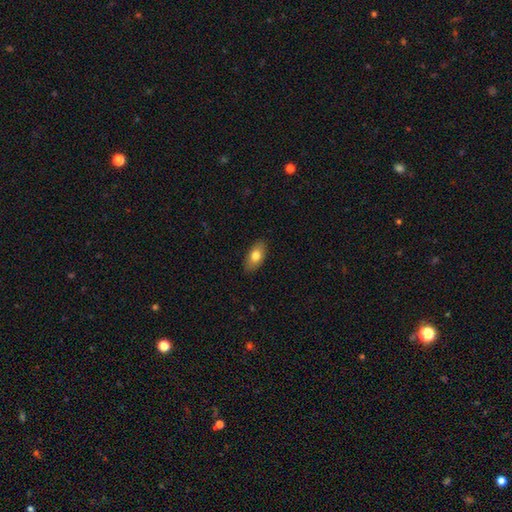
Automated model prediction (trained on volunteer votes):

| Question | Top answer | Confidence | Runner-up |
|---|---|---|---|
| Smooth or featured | smooth | 77% | featured or disk (16%) |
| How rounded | in between | 90% | cigar-shaped (5%) |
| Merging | none | 87% | minor disturbance (10%) |